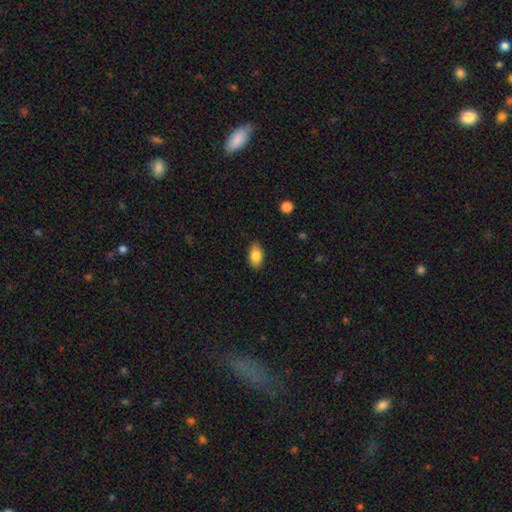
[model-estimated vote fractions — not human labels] The model was most divided on "merging": none: 86%, minor disturbance: 11%, major disturbance: 2%, merger: 1%. More confident: how rounded — in between (91%); smooth or featured — smooth (84%).